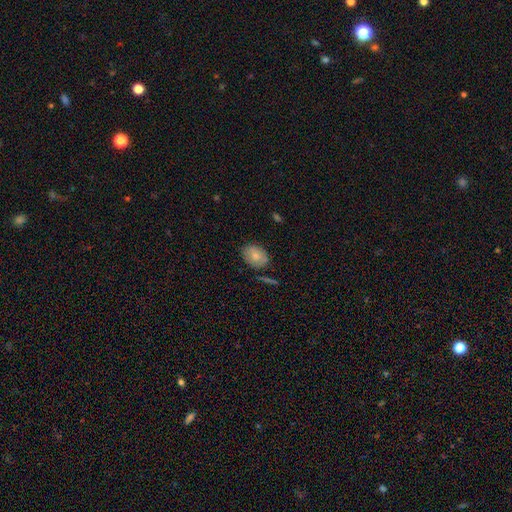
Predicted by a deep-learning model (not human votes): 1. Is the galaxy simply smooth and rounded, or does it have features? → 79% smooth, 13% featured or disk, 8% star or artifact.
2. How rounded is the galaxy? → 71% in between, 28% round, 1% cigar-shaped.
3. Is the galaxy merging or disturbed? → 77% none, 16% minor disturbance, 3% major disturbance, 3% merger.